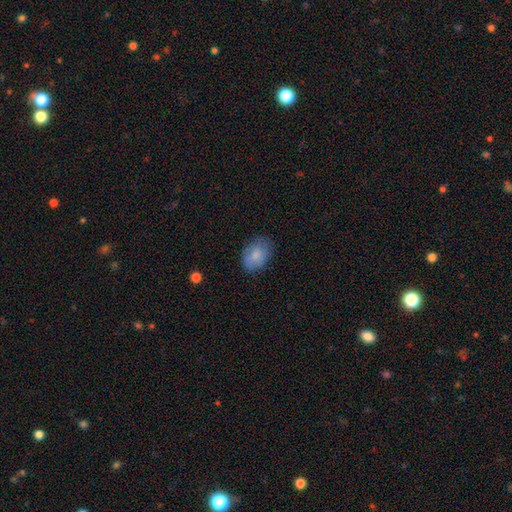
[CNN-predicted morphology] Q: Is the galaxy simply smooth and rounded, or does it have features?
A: smooth — 81%.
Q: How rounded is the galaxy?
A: in between — 79%.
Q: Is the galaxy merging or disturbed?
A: none — 73%.